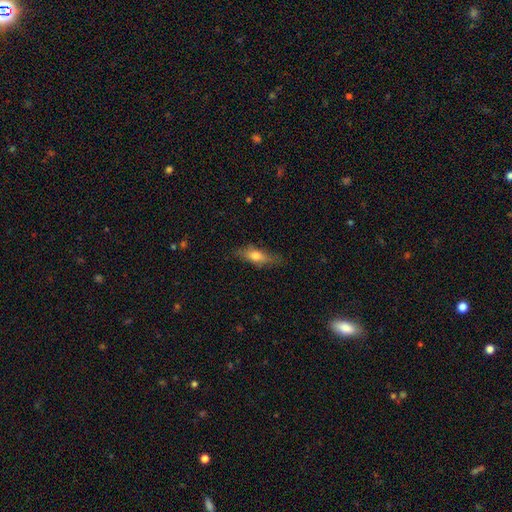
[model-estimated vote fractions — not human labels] Smooth or featured: smooth — 61% (featured or disk — 32%)
How rounded: in between — 51% (cigar-shaped — 46%)
Merging: none — 74% (minor disturbance — 19%)